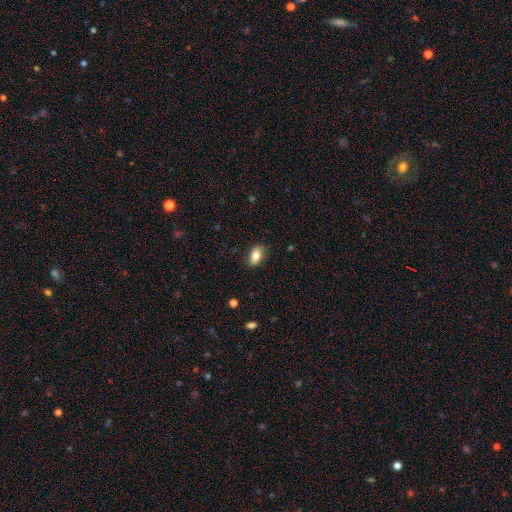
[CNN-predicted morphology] smooth 77%, featured or disk 16%, star or artifact 7%. Down the decision tree: how rounded — in between (86%); merging — none (83%).